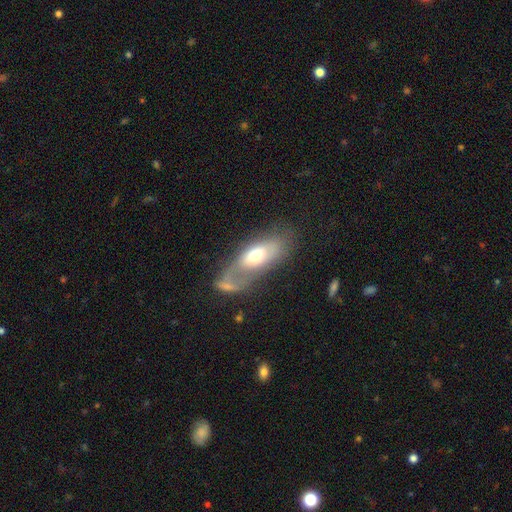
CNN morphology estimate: A smooth galaxy with no disk features (49%).

Vote fractions:
- Smooth or featured? smooth: 49% / featured or disk: 44% / star or artifact: 7%
- Merging? none: 33% / major disturbance: 26% / minor disturbance: 21% / merger: 20%